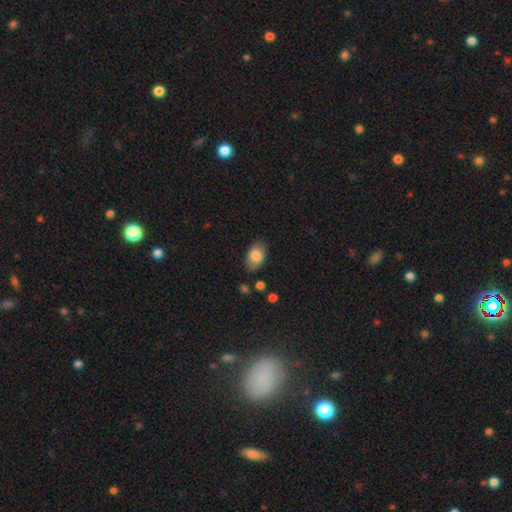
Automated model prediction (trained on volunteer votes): Morphology: type=smooth (81%); roundness=in between (89%); merging=none (78%).